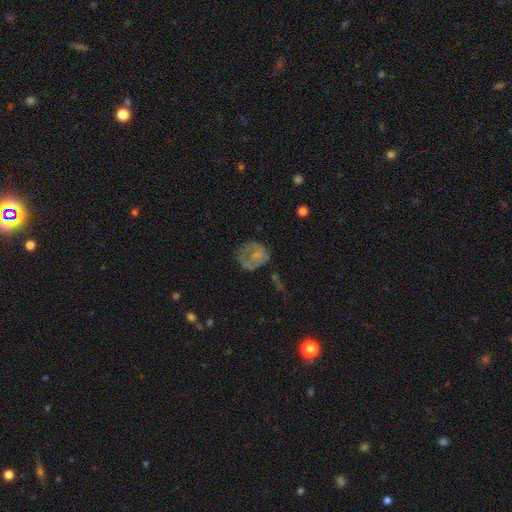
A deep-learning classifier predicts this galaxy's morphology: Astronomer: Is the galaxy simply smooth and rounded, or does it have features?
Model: smooth — 48% (runner-up: featured or disk, 42%).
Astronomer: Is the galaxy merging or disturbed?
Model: none — 46% (runner-up: minor disturbance, 26%).